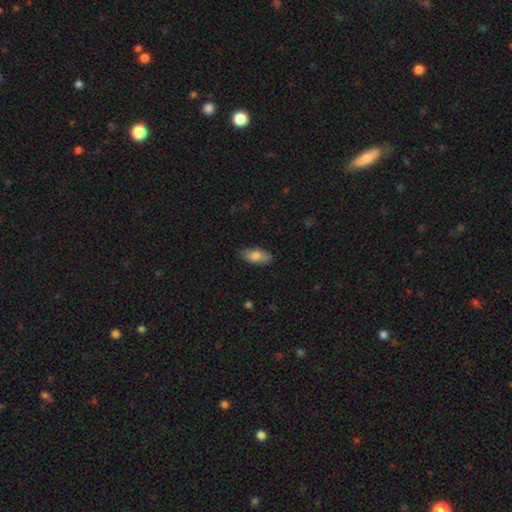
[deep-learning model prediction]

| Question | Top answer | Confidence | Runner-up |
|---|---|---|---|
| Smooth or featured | smooth | 79% | featured or disk (14%) |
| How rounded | in between | 90% | cigar-shaped (6%) |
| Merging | none | 84% | minor disturbance (13%) |